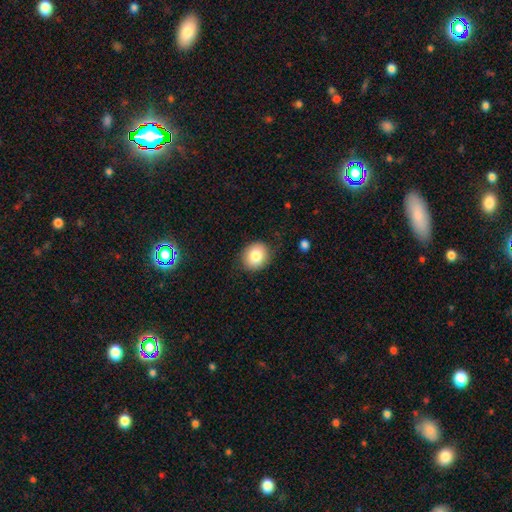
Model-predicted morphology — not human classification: This appears to be a smooth galaxy with no disk features (82%) that is round (69%). Merging: none (83%).